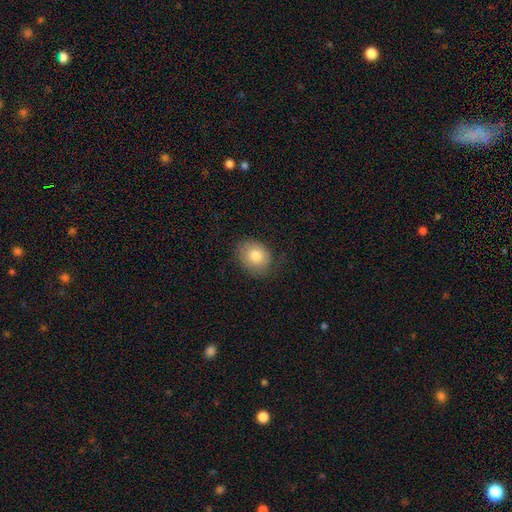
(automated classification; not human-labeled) Smooth or featured? Predicted: smooth (p=0.78). How rounded? Predicted: round (p=0.53). Merging? Predicted: none (p=0.71).